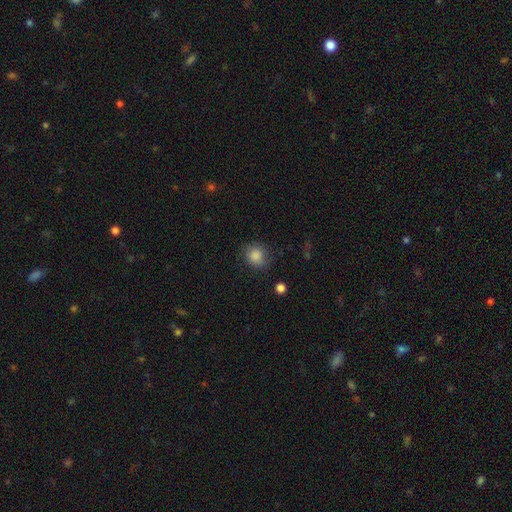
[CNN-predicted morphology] Overall: smooth (84%). How rounded: round (76%). Merging: none (75%).